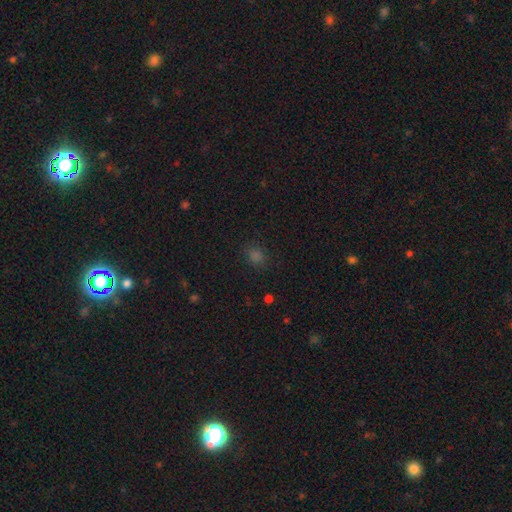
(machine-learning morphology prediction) smooth-or-featured: smooth: 70% | star or artifact: 25% | featured or disk: 4%
  how-rounded: round: 69% | in between: 30% | cigar-shaped: 1%
  merging: none: 86% | minor disturbance: 10% | major disturbance: 3% | merger: 1%